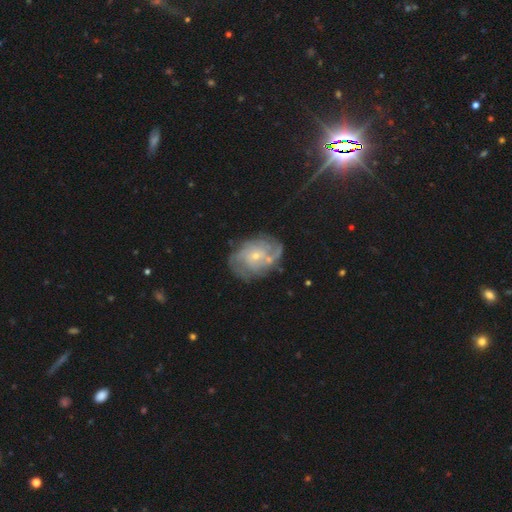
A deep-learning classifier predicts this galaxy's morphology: This appears to be a featured or disk galaxy (77%) with no bar (74%), tight (52%) spiral arms (87%) and a small central bulge (75%). Merging: none (65%).